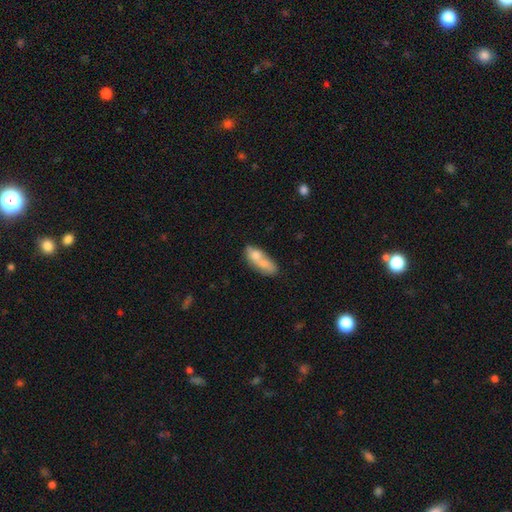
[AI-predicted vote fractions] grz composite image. It shows a smooth galaxy with no disk features (66%) that is in between round and cigar-shaped (73%). Merging: merger (50%).